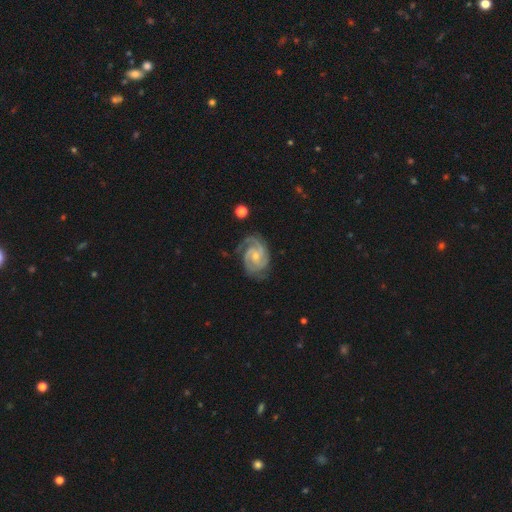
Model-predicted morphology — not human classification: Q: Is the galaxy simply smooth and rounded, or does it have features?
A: featured or disk — 92%.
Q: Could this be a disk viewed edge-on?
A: no — 98%.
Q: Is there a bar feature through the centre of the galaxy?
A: no — 58%.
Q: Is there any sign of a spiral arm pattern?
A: yes — 99%.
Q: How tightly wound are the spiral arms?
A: tight — 60%.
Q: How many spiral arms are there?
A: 2 — 44%.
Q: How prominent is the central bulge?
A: small — 63%.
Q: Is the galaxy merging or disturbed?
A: none — 73%.